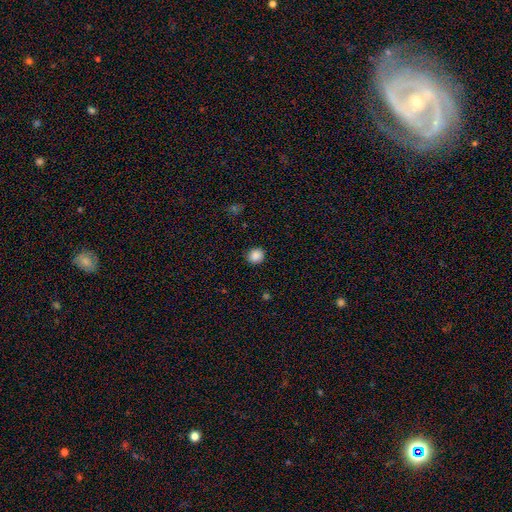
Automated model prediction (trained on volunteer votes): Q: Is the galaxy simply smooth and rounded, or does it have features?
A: smooth — 87%.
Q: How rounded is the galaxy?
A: round — 82%.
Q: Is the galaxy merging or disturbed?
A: none — 89%.